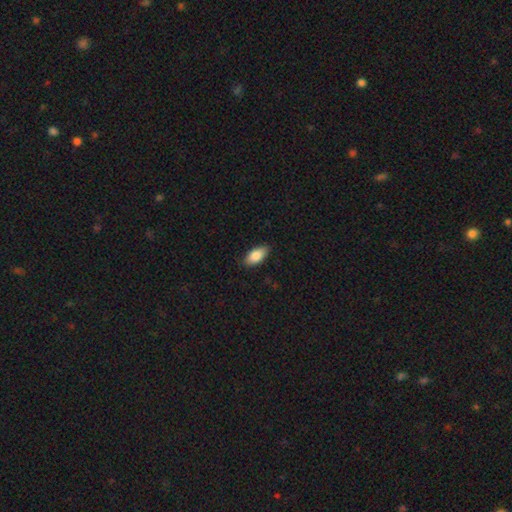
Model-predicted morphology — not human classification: Smooth or featured? Predicted: smooth (p=0.85). How rounded? Predicted: in between (p=0.91). Merging? Predicted: none (p=0.85).